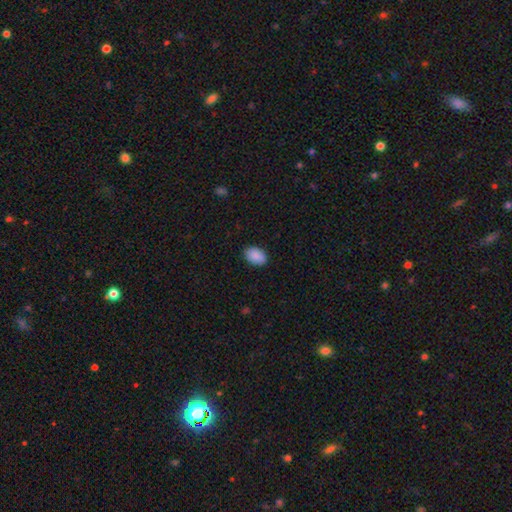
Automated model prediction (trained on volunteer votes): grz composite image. It shows a smooth galaxy with no disk features (90%) that is in between round and cigar-shaped (84%). Merging: none (86%).